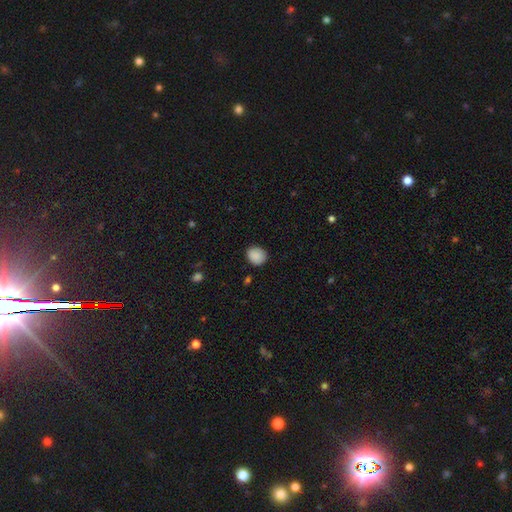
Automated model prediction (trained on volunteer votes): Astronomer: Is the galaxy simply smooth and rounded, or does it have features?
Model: smooth — 89%.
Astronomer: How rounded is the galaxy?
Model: round — 66%.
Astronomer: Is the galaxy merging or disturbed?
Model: none — 85%.